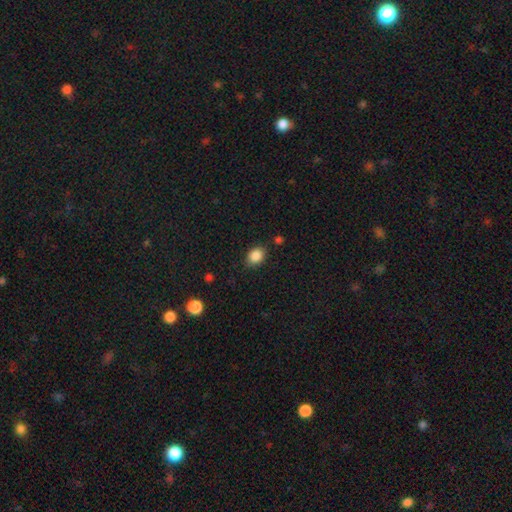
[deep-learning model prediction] Morphology: type=smooth (87%); roundness=in between (62%); merging=none (82%).